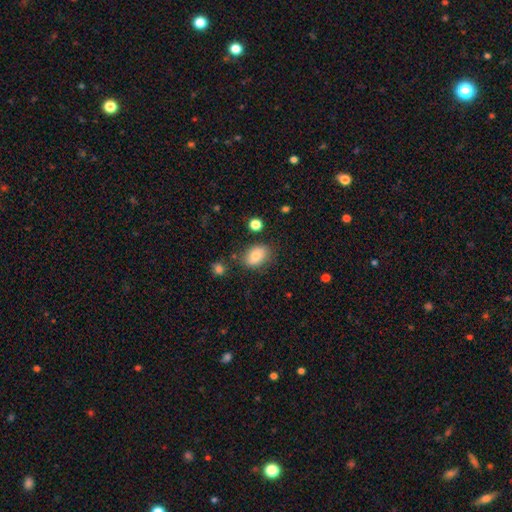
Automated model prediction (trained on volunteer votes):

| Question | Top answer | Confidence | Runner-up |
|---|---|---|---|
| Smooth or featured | smooth | 78% | featured or disk (13%) |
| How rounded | in between | 79% | round (19%) |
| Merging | none | 73% | minor disturbance (18%) |